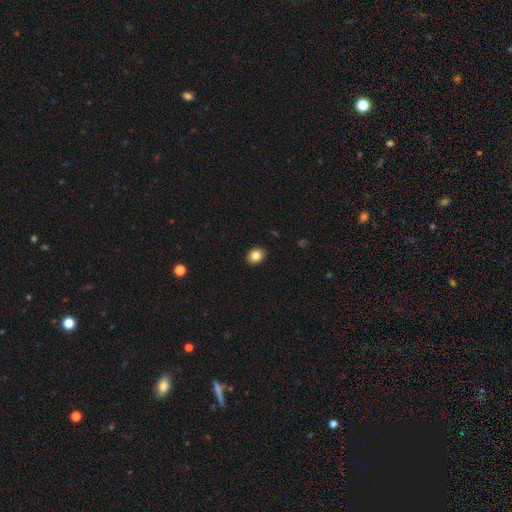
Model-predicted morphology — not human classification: This appears to be a smooth galaxy with no disk features (83%) that is in between round and cigar-shaped (54%). Merging: none (91%).